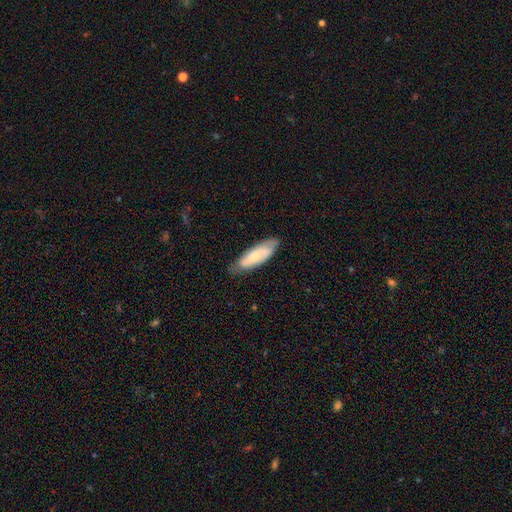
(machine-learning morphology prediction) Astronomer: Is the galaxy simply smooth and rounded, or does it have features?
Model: smooth — 61%.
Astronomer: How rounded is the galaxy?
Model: in between — 59% (runner-up: cigar-shaped, 40%).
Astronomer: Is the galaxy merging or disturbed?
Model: none — 72%.